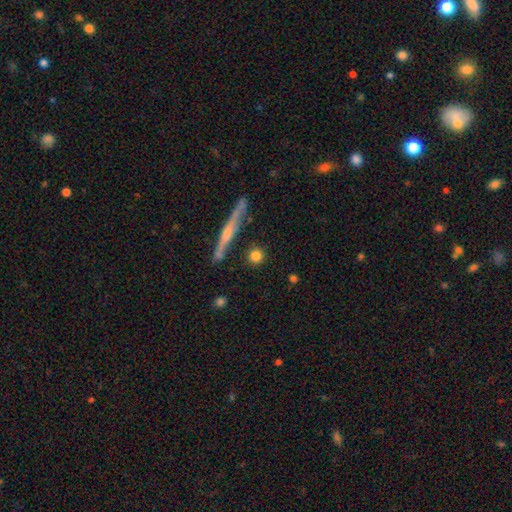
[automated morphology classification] A smooth galaxy with no disk features (79%) that is round (87%). Merging: none (85%).